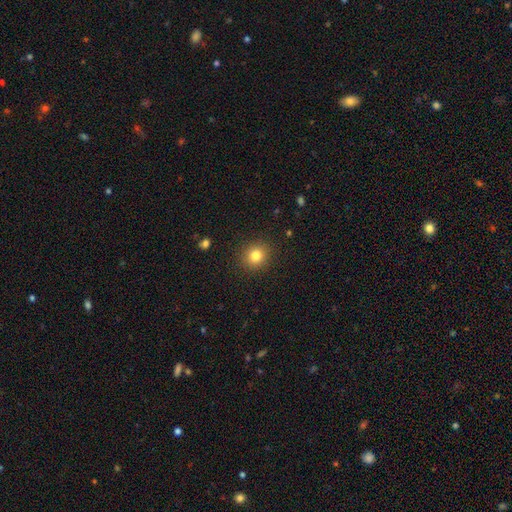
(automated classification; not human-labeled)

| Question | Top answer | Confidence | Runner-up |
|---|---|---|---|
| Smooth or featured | smooth | 81% | star or artifact (12%) |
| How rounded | round | 85% | in between (14%) |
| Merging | none | 90% | minor disturbance (7%) |